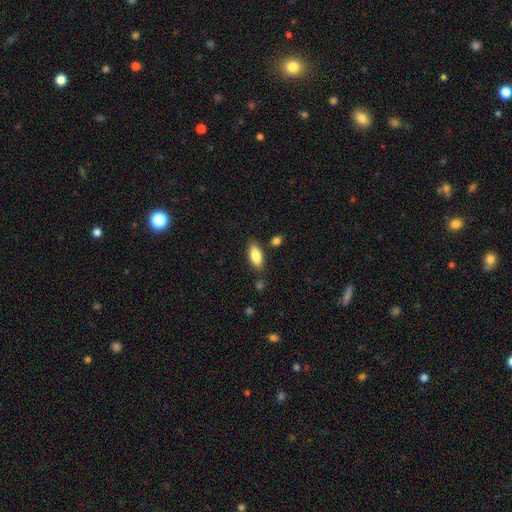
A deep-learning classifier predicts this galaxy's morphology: Smooth or featured?
  - smooth: 84% *
  - featured or disk: 9%
  - star or artifact: 6%
How rounded?
  - in between: 80% *
  - cigar-shaped: 18%
  - round: 2%
Merging?
  - none: 81% *
  - minor disturbance: 12%
  - merger: 4%
  - major disturbance: 3%